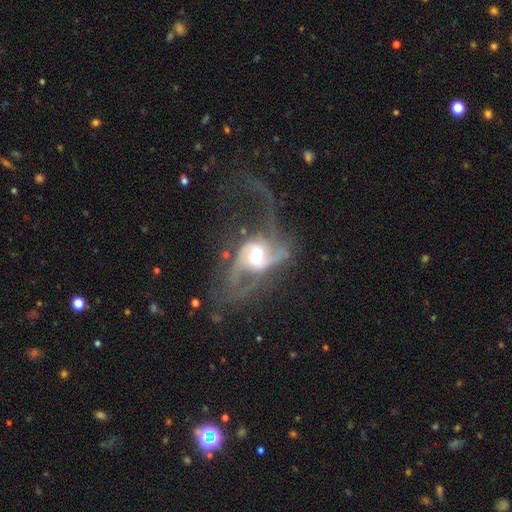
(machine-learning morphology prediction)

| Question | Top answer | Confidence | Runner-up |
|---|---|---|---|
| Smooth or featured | featured or disk | 83% | smooth (10%) |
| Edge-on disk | no | 96% | yes (4%) |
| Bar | no | 51% | weak (34%) |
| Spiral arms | yes | 91% | no (9%) |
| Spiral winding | loose | 50% | medium (38%) |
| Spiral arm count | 2 | 63% | 3 (13%) |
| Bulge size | moderate | 62% | large (26%) |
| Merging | major disturbance | 47% | none (32%) |